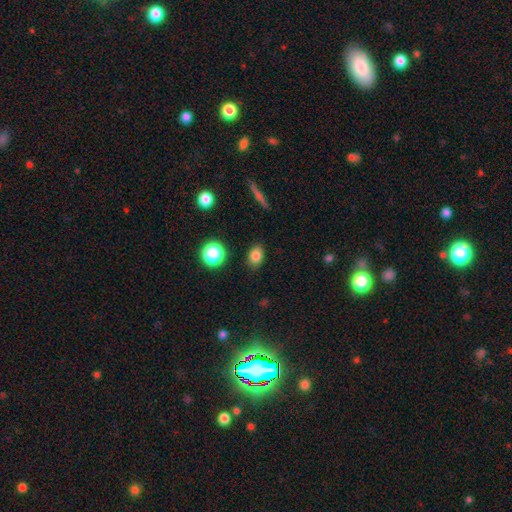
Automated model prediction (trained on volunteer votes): Morphology: type=smooth (81%); roundness=in between (70%); merging=none (86%).